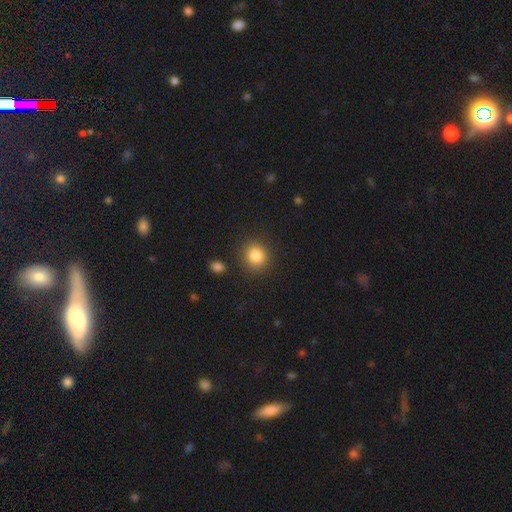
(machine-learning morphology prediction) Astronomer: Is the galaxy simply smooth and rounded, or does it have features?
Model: smooth — 85%.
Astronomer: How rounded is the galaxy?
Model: round — 87%.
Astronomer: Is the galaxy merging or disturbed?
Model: none — 87%.